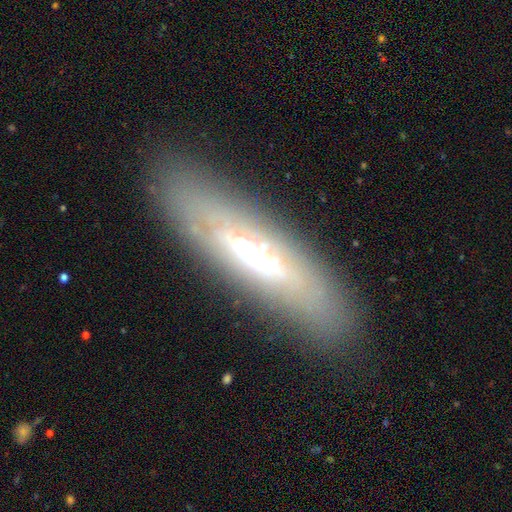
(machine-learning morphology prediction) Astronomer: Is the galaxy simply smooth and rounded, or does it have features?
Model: featured or disk — 62%.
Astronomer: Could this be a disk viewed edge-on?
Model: yes — 63%.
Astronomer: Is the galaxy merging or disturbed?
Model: none — 80%.